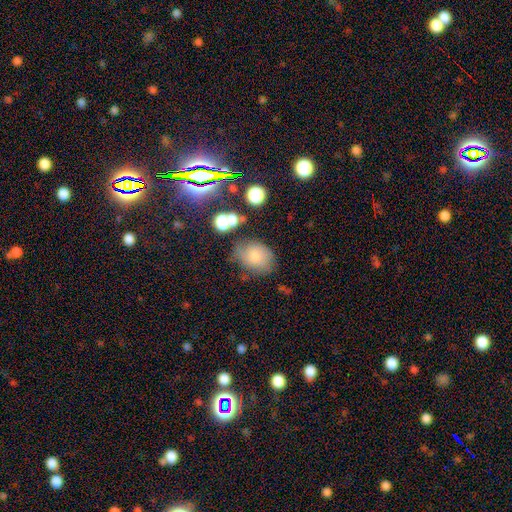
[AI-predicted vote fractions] Smooth or featured? Predicted: smooth (p=0.69). How rounded? Predicted: in between (p=0.64). Merging? Predicted: none (p=0.68).